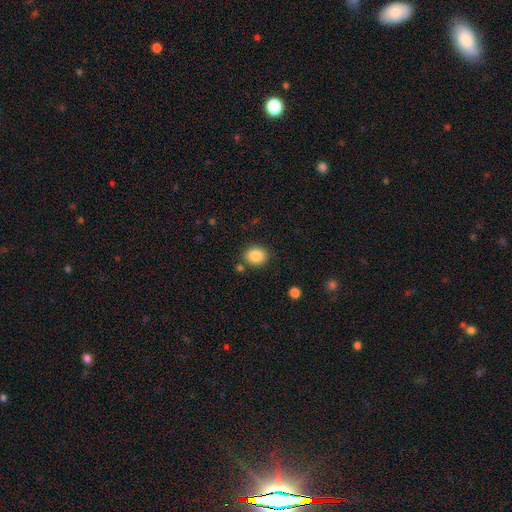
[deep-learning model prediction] smooth_or_featured: smooth (p=0.87) [alt: star or artifact p=0.09]
how_rounded: round (p=0.63) [alt: in between p=0.36]
merging: none (p=0.83) [alt: minor disturbance p=0.10]